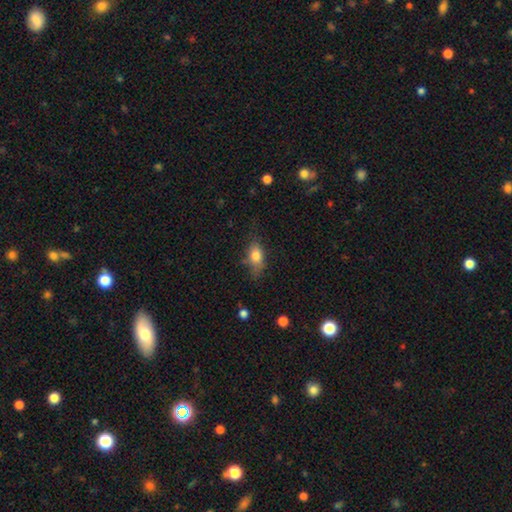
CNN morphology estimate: Q: Smooth or featured?
A: smooth (78%); runner-up: featured or disk (14%)
Q: How rounded?
A: in between (83%); runner-up: round (10%)
Q: Merging?
A: none (55%); runner-up: minor disturbance (31%)